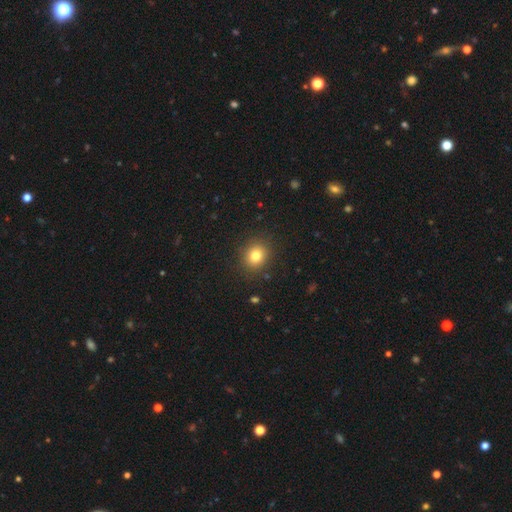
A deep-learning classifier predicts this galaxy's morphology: This appears to be a smooth galaxy with no disk features (80%) that is round (74%). Merging: none (89%).